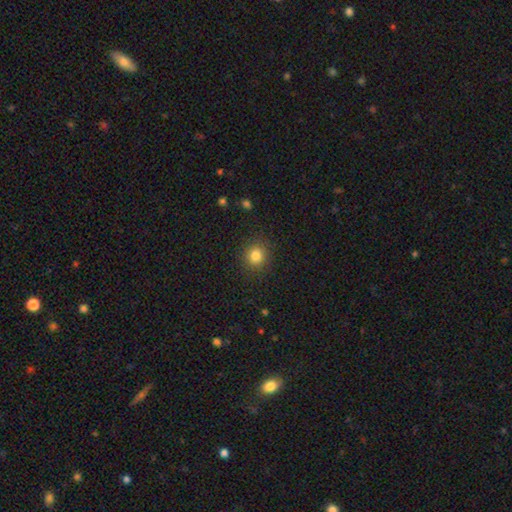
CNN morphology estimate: A smooth galaxy with no disk features (82%) that is round (89%). Merging: none (89%).